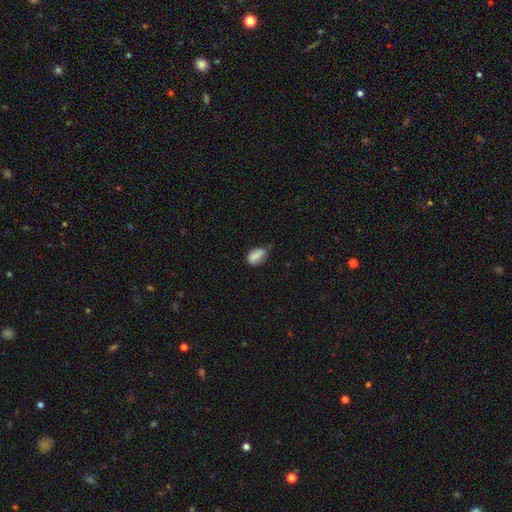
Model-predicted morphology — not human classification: Overall: smooth (78%). How rounded: in between (84%). Merging: none (57%; minor disturbance 32%).